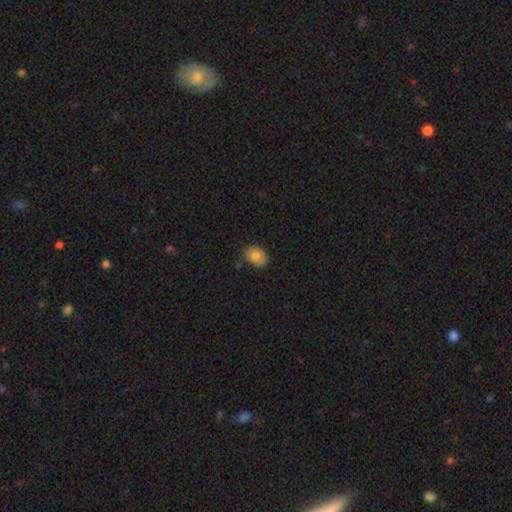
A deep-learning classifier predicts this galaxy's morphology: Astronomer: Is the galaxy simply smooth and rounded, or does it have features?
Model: smooth — 83%.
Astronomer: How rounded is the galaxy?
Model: in between — 73%.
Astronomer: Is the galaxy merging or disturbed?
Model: none — 77%.